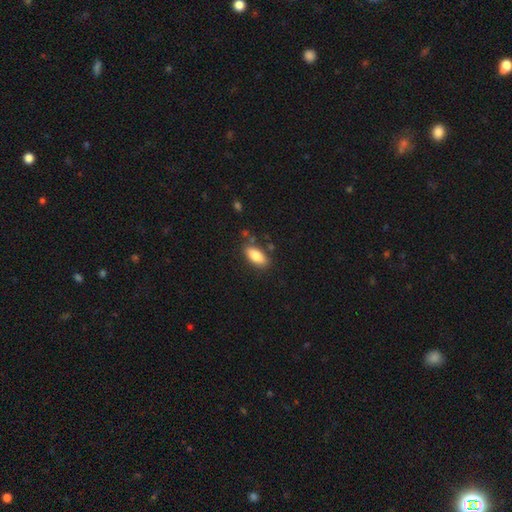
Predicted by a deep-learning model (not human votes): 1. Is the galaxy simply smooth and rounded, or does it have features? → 83% smooth, 10% featured or disk, 7% star or artifact.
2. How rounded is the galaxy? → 85% in between, 12% cigar-shaped, 3% round.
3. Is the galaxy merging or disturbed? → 79% none, 14% minor disturbance, 4% merger, 3% major disturbance.